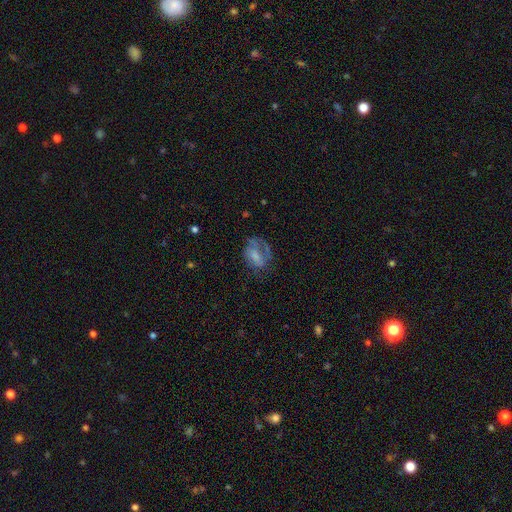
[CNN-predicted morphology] Smooth or featured? Predicted: featured or disk (p=0.51). Edge-on disk? Predicted: no (p=0.96). Merging? Predicted: none (p=0.41).